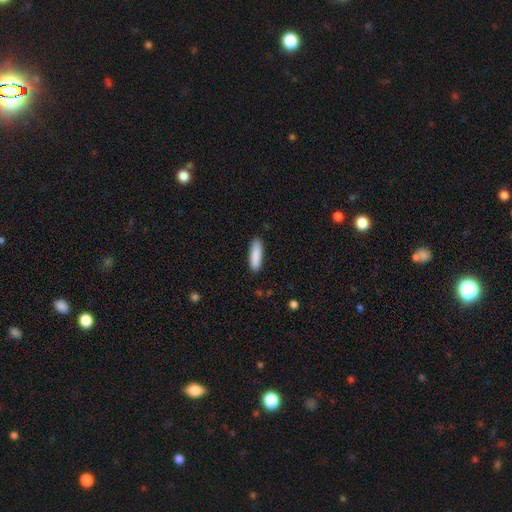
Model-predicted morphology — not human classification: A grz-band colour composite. It shows a smooth galaxy with no disk features (88%) that is cigar-shaped (66%). Merging: none (88%).